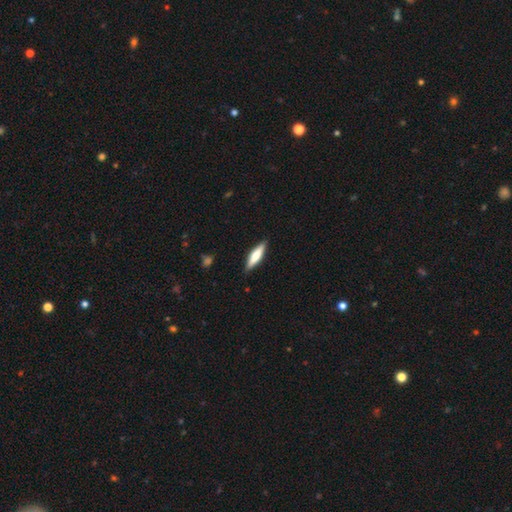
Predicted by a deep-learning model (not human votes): Smooth or featured? smooth (65%)
How rounded? cigar-shaped (67%)
Merging? none (87%)